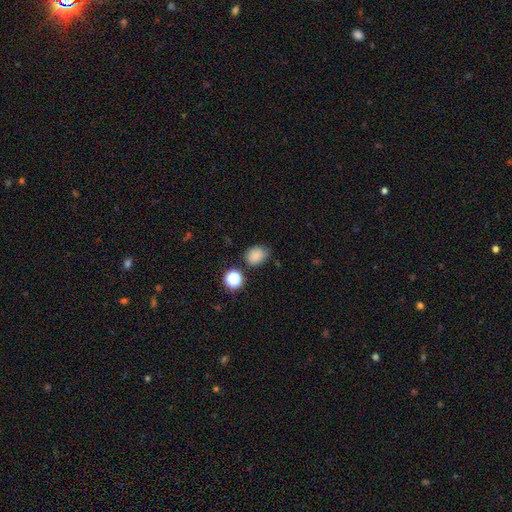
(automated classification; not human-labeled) This appears to be a smooth galaxy with no disk features (82%) that is in between round and cigar-shaped (50%). Merging: none (72%).